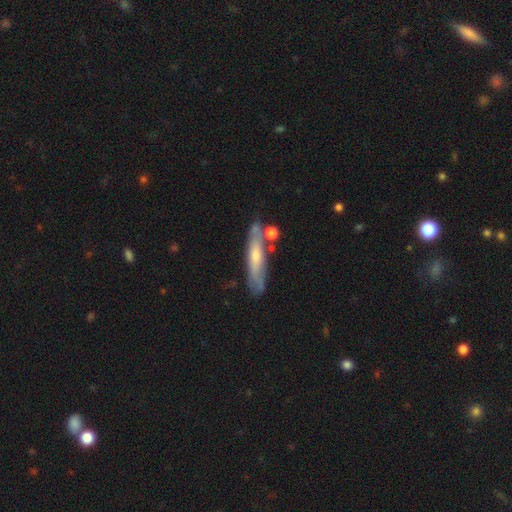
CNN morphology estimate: smooth_or_featured: featured or disk (p=0.53) [alt: smooth p=0.41]
disk_edge_on: yes (p=0.67) [alt: no p=0.33]
merging: none (p=0.66) [alt: minor disturbance p=0.19]